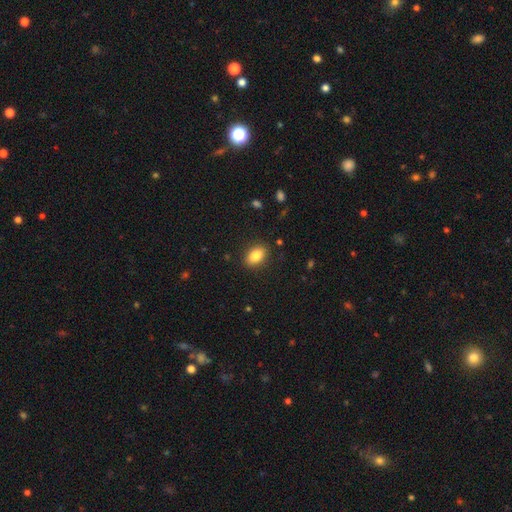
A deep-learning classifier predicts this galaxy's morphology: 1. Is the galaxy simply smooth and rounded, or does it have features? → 85% smooth, 8% star or artifact, 7% featured or disk.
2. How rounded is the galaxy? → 87% in between, 11% round, 2% cigar-shaped.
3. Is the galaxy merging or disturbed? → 88% none, 9% minor disturbance, 3% major disturbance, 1% merger.